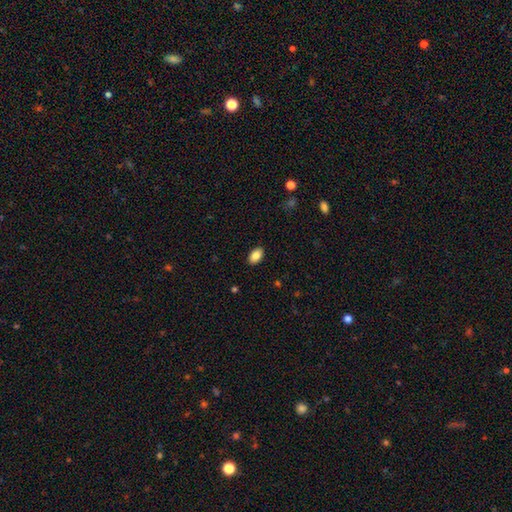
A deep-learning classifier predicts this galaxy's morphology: A smooth galaxy with no disk features (86%) that is in between round and cigar-shaped (90%). Merging: none (89%).